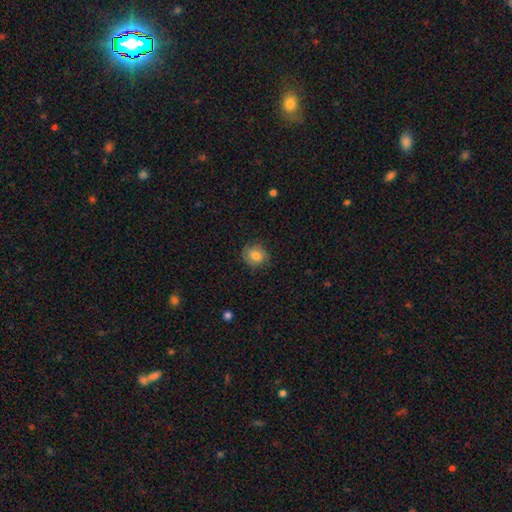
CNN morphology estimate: Smooth or featured? Predicted: smooth (p=0.77). How rounded? Predicted: round (p=0.80). Merging? Predicted: none (p=0.80).